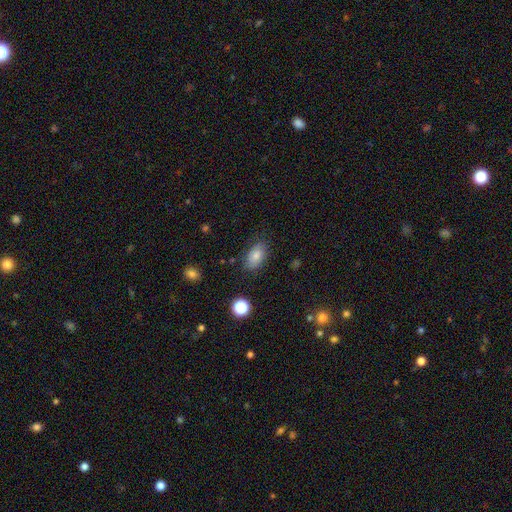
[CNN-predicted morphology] Overall: smooth (76%). How rounded: in between (90%). Merging: none (79%).